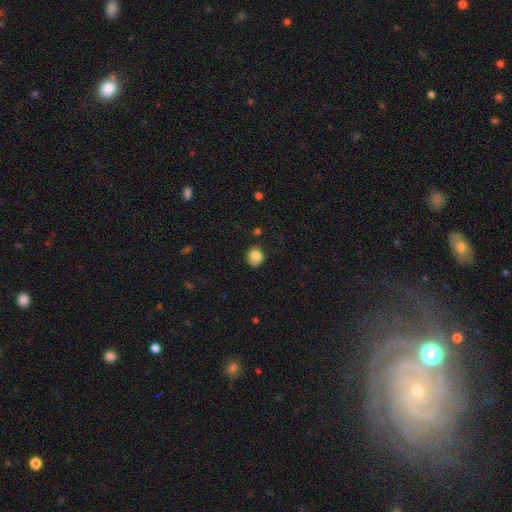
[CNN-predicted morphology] smooth-or-featured: smooth: 84% | star or artifact: 10% | featured or disk: 7%
  how-rounded: round: 76% | in between: 23% | cigar-shaped: 1%
  merging: none: 72% | minor disturbance: 22% | major disturbance: 4% | merger: 2%